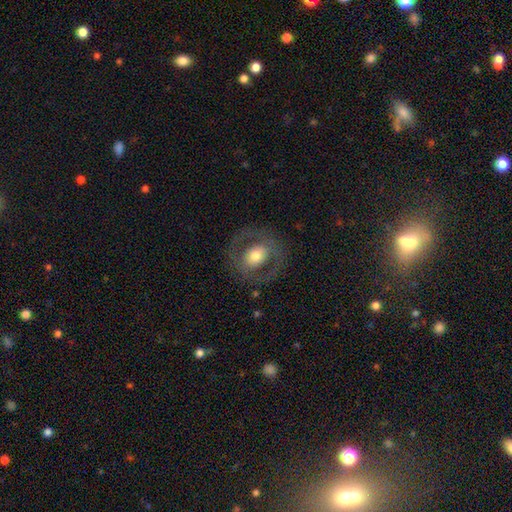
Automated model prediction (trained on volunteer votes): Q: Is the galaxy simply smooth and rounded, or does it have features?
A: featured or disk — 49%.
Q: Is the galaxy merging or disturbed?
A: none — 77%.